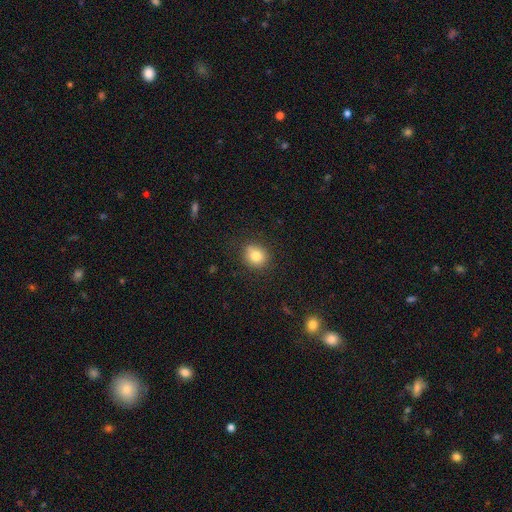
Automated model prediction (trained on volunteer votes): smooth-or-featured: smooth: 81% | star or artifact: 11% | featured or disk: 9%
  how-rounded: round: 79% | in between: 20% | cigar-shaped: 1%
  merging: none: 82% | minor disturbance: 13% | major disturbance: 3% | merger: 2%